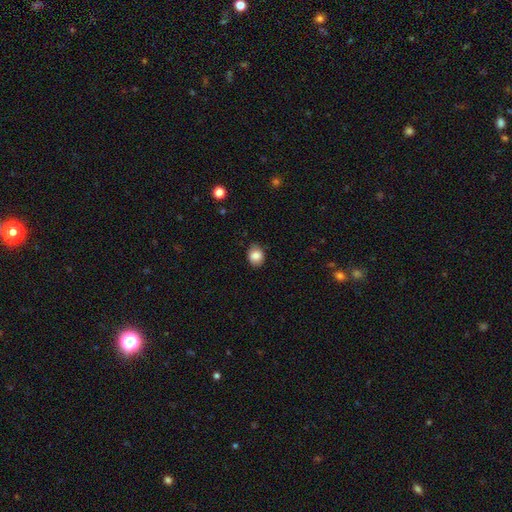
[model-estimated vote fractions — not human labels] Morphology: type=smooth (84%); roundness=in between (52%); merging=none (78%).